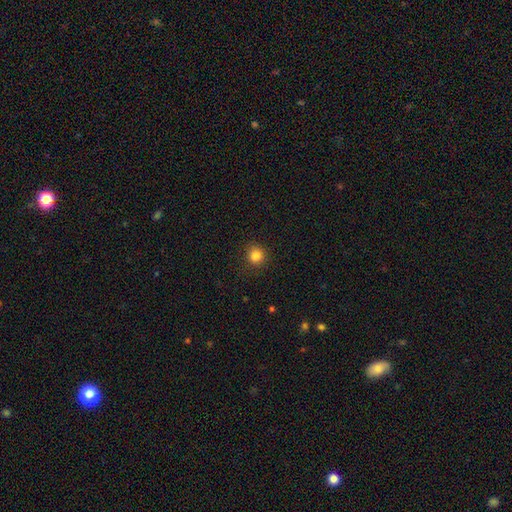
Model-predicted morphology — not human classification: smooth-or-featured: smooth: 84% | star or artifact: 12% | featured or disk: 4%
  how-rounded: round: 87% | in between: 12% | cigar-shaped: 1%
  merging: none: 87% | minor disturbance: 9% | major disturbance: 3% | merger: 1%